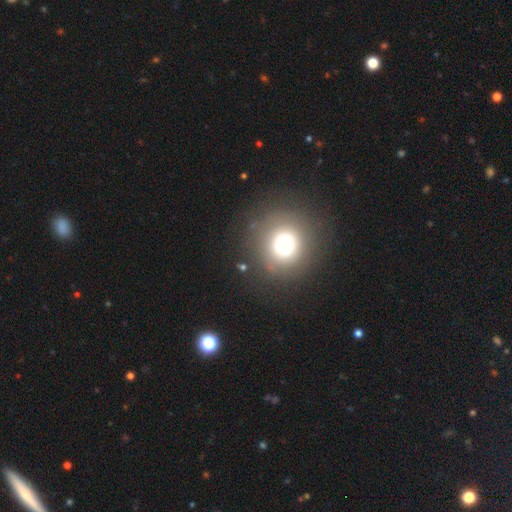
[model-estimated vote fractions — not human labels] smooth_or_featured: smooth (p=0.59) [alt: star or artifact p=0.29]
how_rounded: round (p=0.89) [alt: in between p=0.10]
merging: none (p=0.88) [alt: minor disturbance p=0.07]